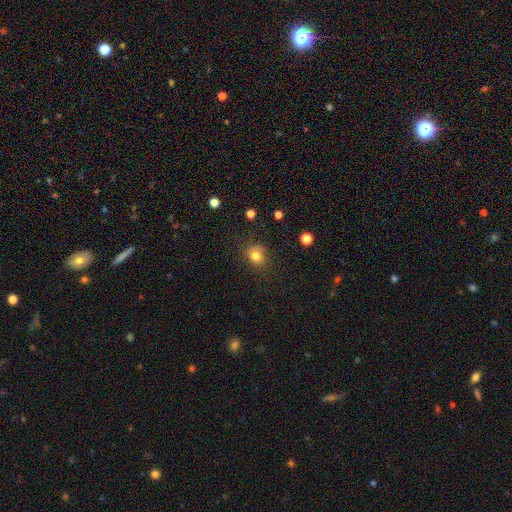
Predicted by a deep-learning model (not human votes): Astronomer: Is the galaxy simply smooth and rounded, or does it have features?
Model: smooth — 78%.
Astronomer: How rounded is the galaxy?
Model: round — 67%.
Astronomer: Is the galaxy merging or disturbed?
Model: none — 72%.